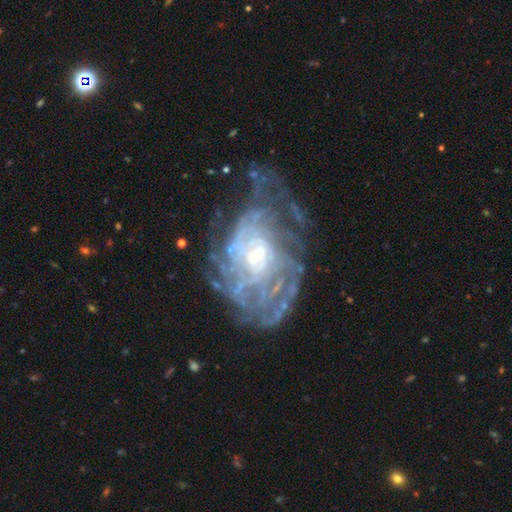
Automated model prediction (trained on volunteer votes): Smooth or featured: featured or disk — 83% (smooth — 8%)
Edge-on disk: no — 96% (yes — 4%)
Bar: no — 74% (weak — 21%)
Spiral arms: yes — 88% (no — 12%)
Spiral winding: tight — 66% (medium — 25%)
Spiral arm count: can't tell — 45% (more than 4 — 21%)
Bulge size: small — 80% (moderate — 14%)
Merging: none — 54% (major disturbance — 22%)